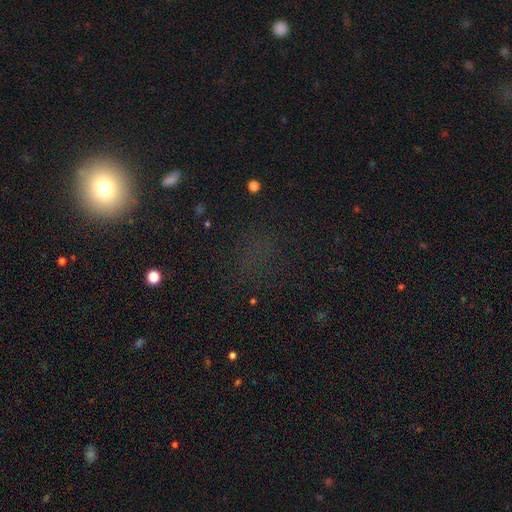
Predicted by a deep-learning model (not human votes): A star or artifact, not a galaxy (49%).